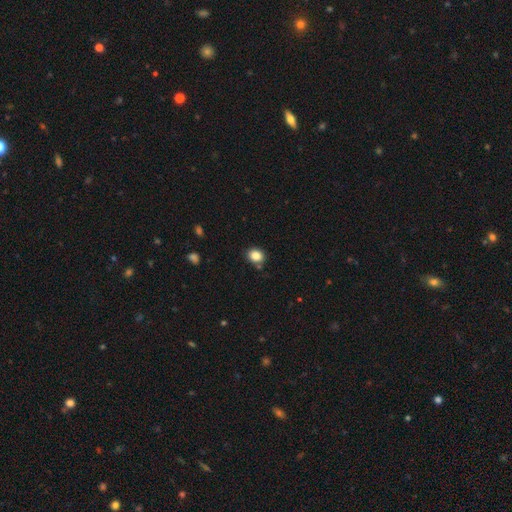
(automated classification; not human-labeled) Overall: smooth (85%). How rounded: round (61%; in between 38%). Merging: none (81%).